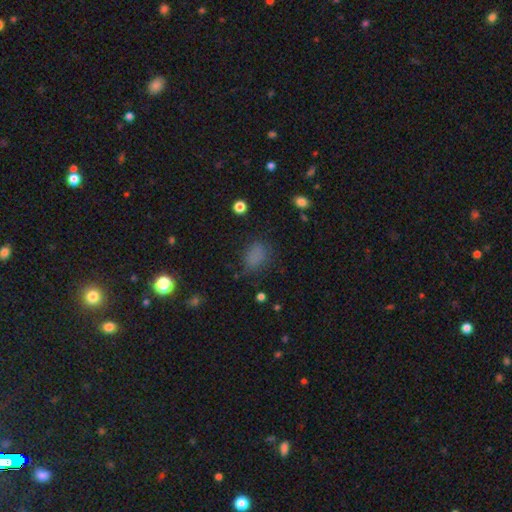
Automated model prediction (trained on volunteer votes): smooth_or_featured: smooth (p=0.77) [alt: star or artifact p=0.17]
how_rounded: in between (p=0.72) [alt: round p=0.26]
merging: none (p=0.70) [alt: minor disturbance p=0.20]